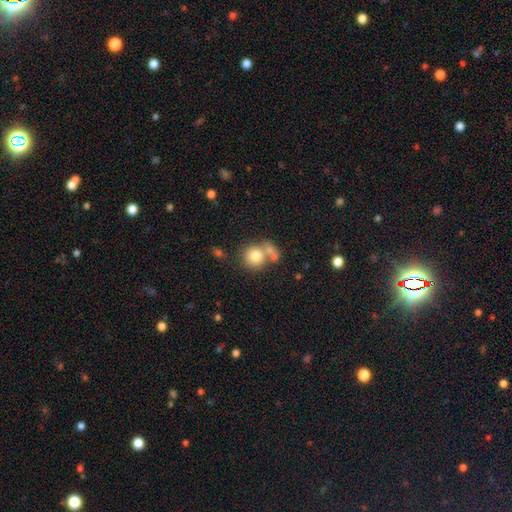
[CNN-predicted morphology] smooth 75%, featured or disk 15%, star or artifact 10%. Down the decision tree: how rounded — round (85%); merging — none (45%).